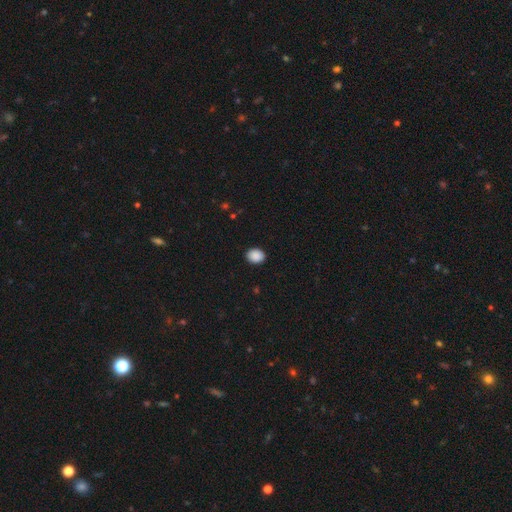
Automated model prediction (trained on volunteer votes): A smooth galaxy with no disk features (90%) that is in between round and cigar-shaped (60%).

Vote fractions:
- Smooth or featured? smooth: 90% / star or artifact: 8% / featured or disk: 2%
- How rounded? in between: 60% / round: 39% / cigar-shaped: 1%
- Merging? none: 91% / minor disturbance: 7% / major disturbance: 2% / merger: 1%